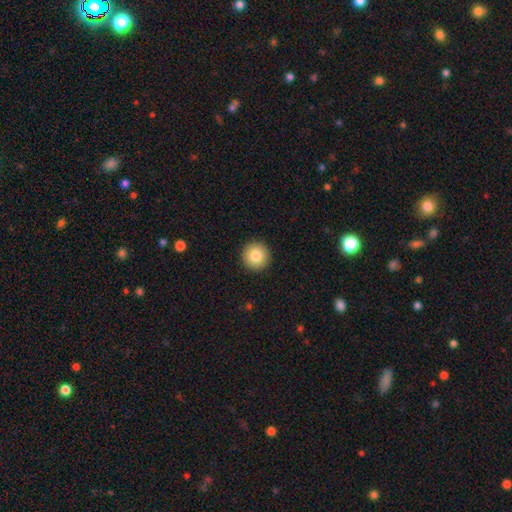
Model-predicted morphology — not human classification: Smooth or featured? smooth (83%)
How rounded? round (96%)
Merging? none (93%)